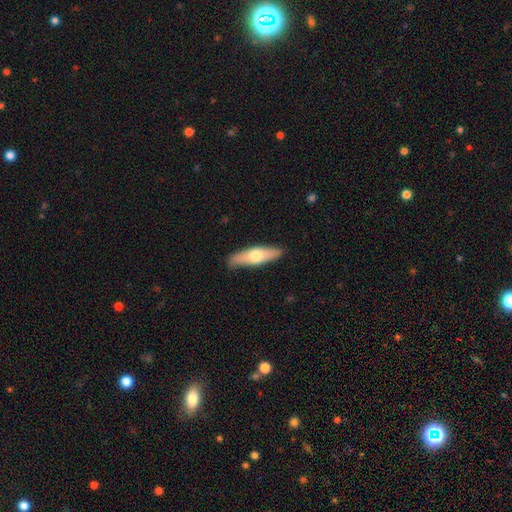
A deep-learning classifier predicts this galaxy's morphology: Smooth or featured? Predicted: smooth (p=0.57). How rounded? Predicted: cigar-shaped (p=0.58). Merging? Predicted: none (p=0.86).